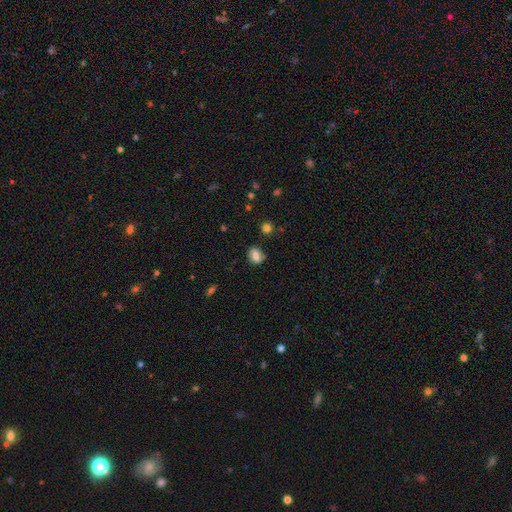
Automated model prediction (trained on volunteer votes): Smooth or featured? Predicted: smooth (p=0.60). How rounded? Predicted: in between (p=0.49, tied with round). Merging? Predicted: none (p=0.75).